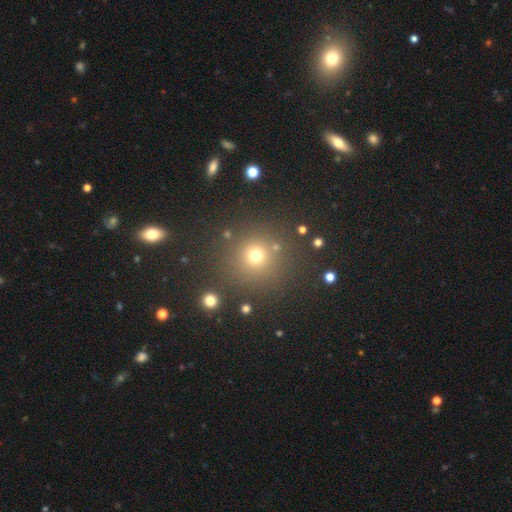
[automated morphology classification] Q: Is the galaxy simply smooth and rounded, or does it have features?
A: smooth — 70%.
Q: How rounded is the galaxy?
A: round — 92%.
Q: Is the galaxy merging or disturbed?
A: none — 82%.